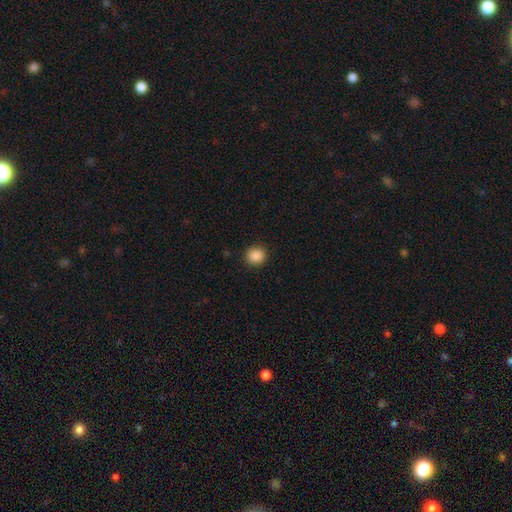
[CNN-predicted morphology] smooth-or-featured: smooth: 88% | star or artifact: 9% | featured or disk: 3%
  how-rounded: round: 87% | in between: 12% | cigar-shaped: 1%
  merging: none: 90% | minor disturbance: 7% | major disturbance: 2% | merger: 1%